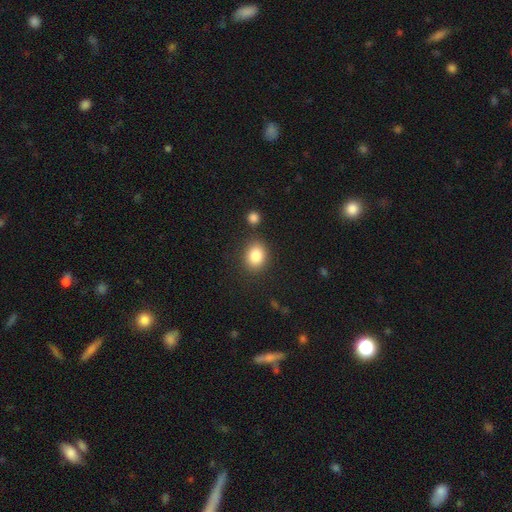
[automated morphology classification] This is clearly a smooth galaxy (85%). How rounded: possibly round (53%). Merging: clearly none (80%).